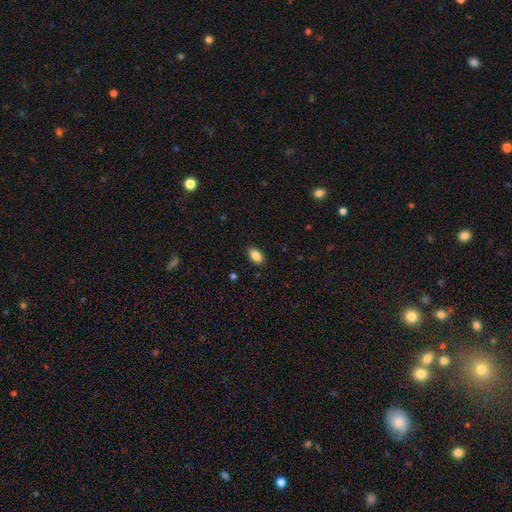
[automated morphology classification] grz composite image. It shows a smooth galaxy with no disk features (87%) that is in between round and cigar-shaped (91%). Merging: none (87%).